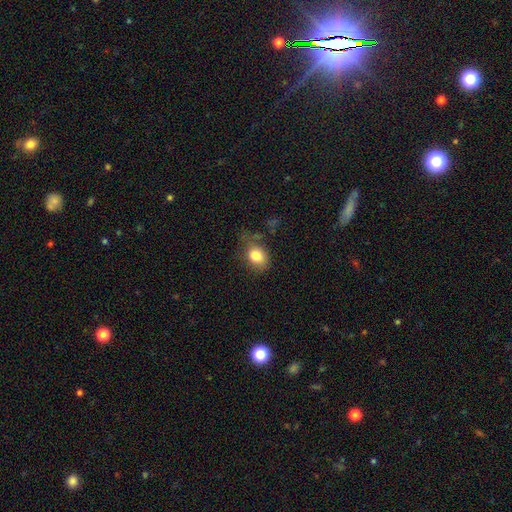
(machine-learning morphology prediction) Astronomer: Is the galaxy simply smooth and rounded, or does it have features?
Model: smooth — 82%.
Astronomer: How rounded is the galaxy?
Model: in between — 61% (runner-up: round, 38%).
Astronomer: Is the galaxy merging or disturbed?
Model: none — 56%.